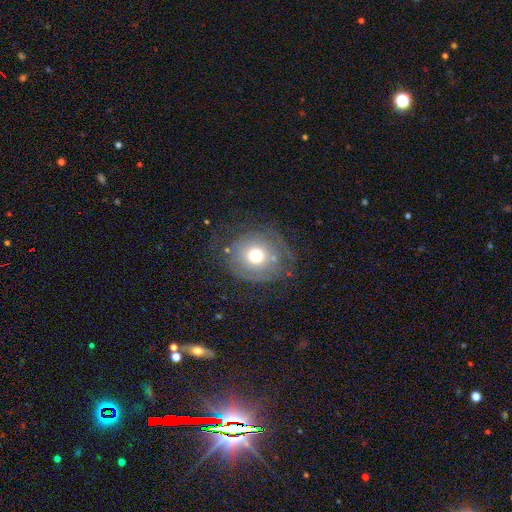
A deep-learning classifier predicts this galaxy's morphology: A smooth galaxy with no disk features (54%) that is round (82%).

Vote fractions:
- Smooth or featured? smooth: 54% / featured or disk: 34% / star or artifact: 12%
- How rounded? round: 82% / in between: 17% / cigar-shaped: 1%
- Merging? none: 61% / minor disturbance: 21% / major disturbance: 16% / merger: 2%